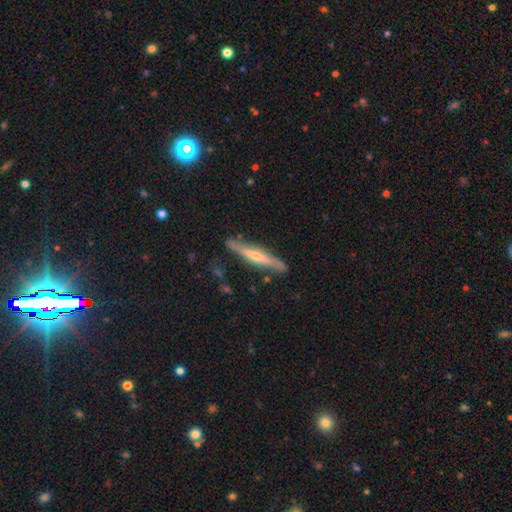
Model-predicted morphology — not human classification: smooth_or_featured: featured or disk (p=0.58) [alt: smooth p=0.36]
disk_edge_on: yes (p=0.89) [alt: no p=0.11]
edge_on_bulge: rounded (p=0.58) [alt: none p=0.30]
merging: none (p=0.83) [alt: minor disturbance p=0.13]